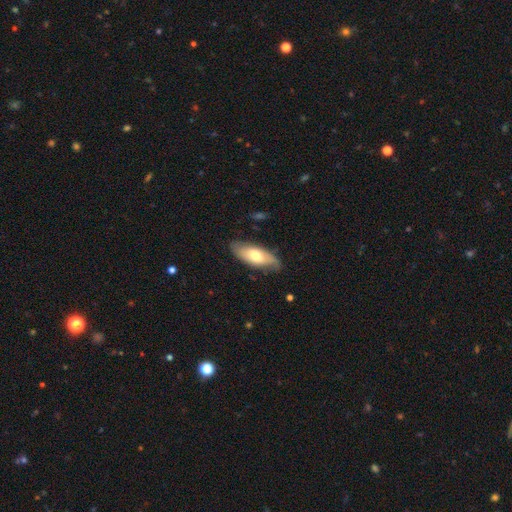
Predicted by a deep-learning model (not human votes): Smooth or featured: smooth — 61% (featured or disk — 33%)
How rounded: in between — 78% (cigar-shaped — 20%)
Merging: none — 77% (minor disturbance — 18%)